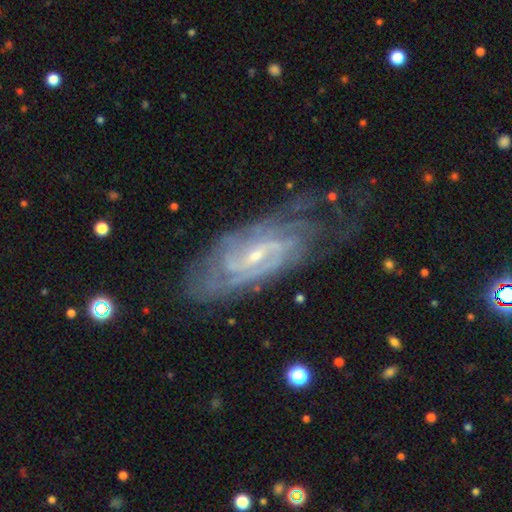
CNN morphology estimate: Overall: featured or disk (88%). Edge-on disk: no (93%). Bar: weak (48%; strong 27%). Spiral arms: yes (97%). Spiral arm count: 2 (34%; can't tell 29%). Spiral winding: tight (60%; medium 33%). Bulge size: small (76%). Merging: none (62%; minor disturbance 23%).